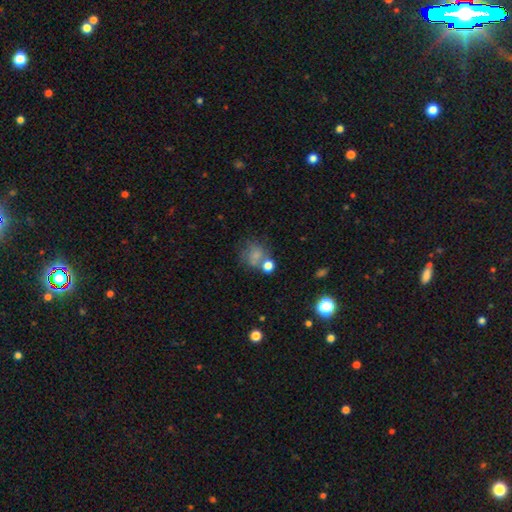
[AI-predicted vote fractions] This is likely a smooth galaxy (68%). How rounded: likely round (68%). Merging: marginally none (42%).